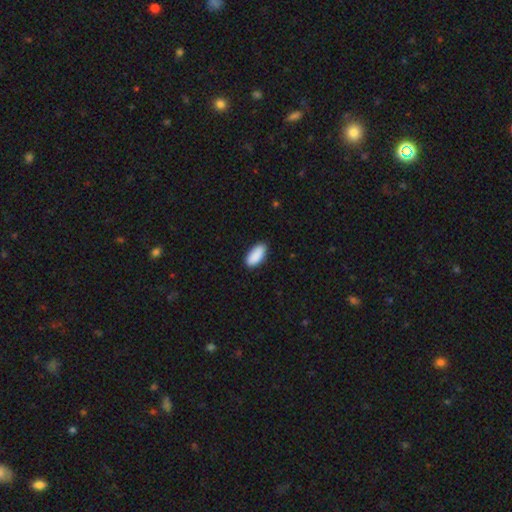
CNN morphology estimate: A smooth galaxy with no disk features (91%) that is in between round and cigar-shaped (88%).

Vote fractions:
- Smooth or featured? smooth: 91% / star or artifact: 6% / featured or disk: 3%
- How rounded? in between: 88% / cigar-shaped: 10% / round: 2%
- Merging? none: 86% / minor disturbance: 11% / major disturbance: 2% / merger: 1%